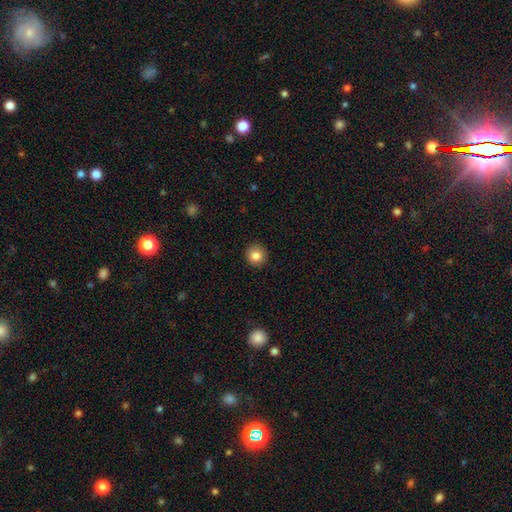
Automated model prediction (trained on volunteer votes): smooth 84%, star or artifact 10%, featured or disk 6%. Down the decision tree: how rounded — round (92%); merging — none (92%).